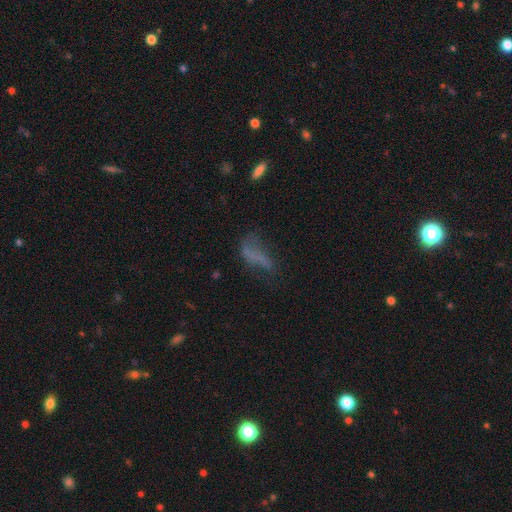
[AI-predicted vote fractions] This appears to be a smooth galaxy with no disk features (46%). Merging: none (36%).